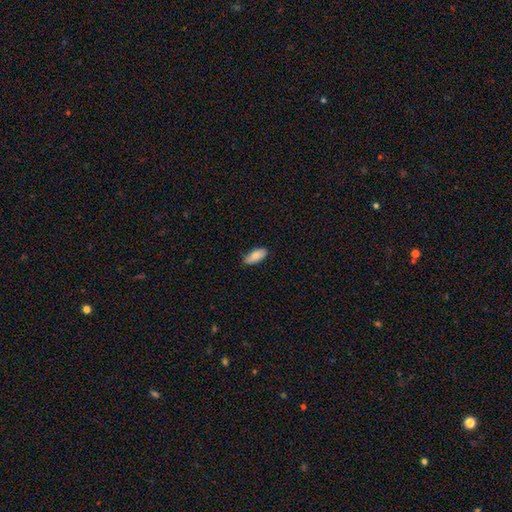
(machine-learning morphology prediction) Q: Smooth or featured?
A: smooth (85%); runner-up: featured or disk (9%)
Q: How rounded?
A: in between (86%); runner-up: cigar-shaped (12%)
Q: Merging?
A: none (78%); runner-up: minor disturbance (18%)